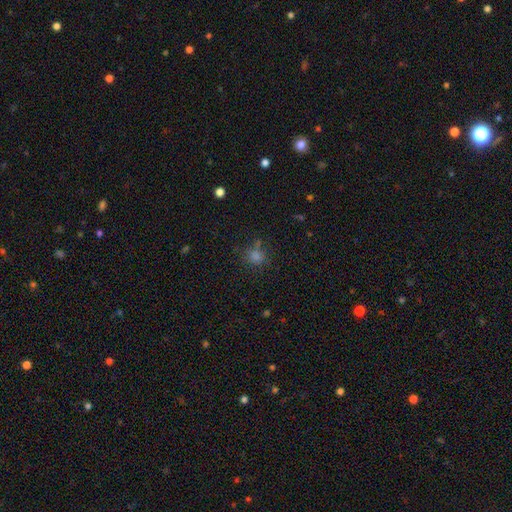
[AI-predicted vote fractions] The model was most divided on "smooth or featured": smooth: 68%, star or artifact: 26%, featured or disk: 6%. More confident: how rounded — round (85%); merging — none (76%).